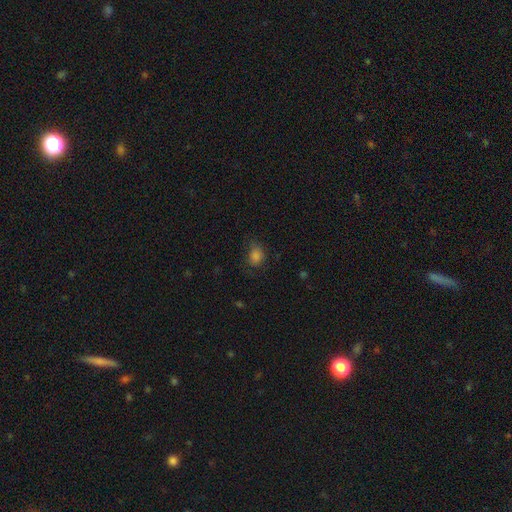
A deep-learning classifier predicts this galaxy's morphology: Smooth or featured?
  - smooth: 79% *
  - star or artifact: 15%
  - featured or disk: 6%
How rounded?
  - in between: 61% *
  - round: 37%
  - cigar-shaped: 1%
Merging?
  - none: 63% *
  - minor disturbance: 25%
  - major disturbance: 11%
  - merger: 2%